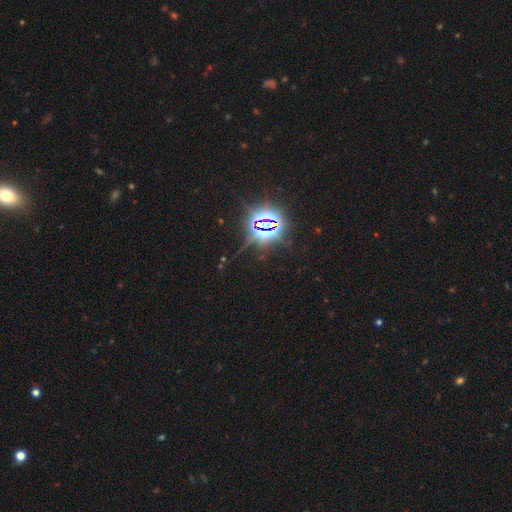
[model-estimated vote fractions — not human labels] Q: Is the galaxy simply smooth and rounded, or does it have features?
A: star or artifact — 76%.